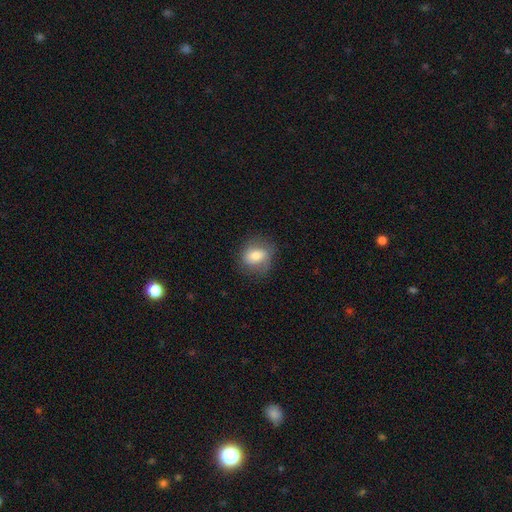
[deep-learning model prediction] Smooth or featured?
  - smooth: 66% *
  - featured or disk: 25%
  - star or artifact: 8%
How rounded?
  - round: 55% *
  - in between: 44%
  - cigar-shaped: 1%
Merging?
  - none: 74% *
  - minor disturbance: 18%
  - major disturbance: 7%
  - merger: 1%